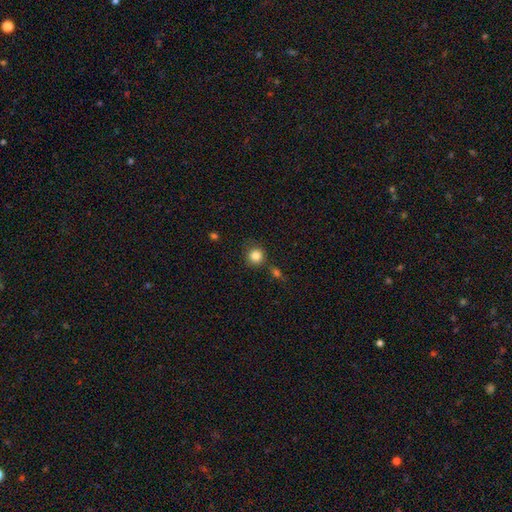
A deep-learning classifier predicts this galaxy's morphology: This appears to be a smooth galaxy with no disk features (84%) that is round (92%). Merging: none (75%).